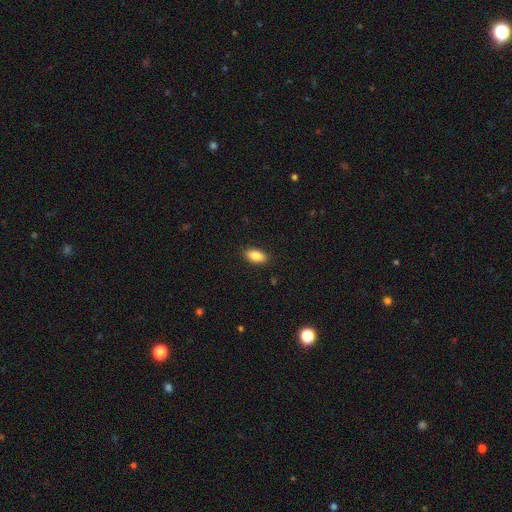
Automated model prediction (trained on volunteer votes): Q: Smooth or featured?
A: smooth (87%); runner-up: star or artifact (7%)
Q: How rounded?
A: in between (92%); runner-up: cigar-shaped (4%)
Q: Merging?
A: none (88%); runner-up: minor disturbance (9%)